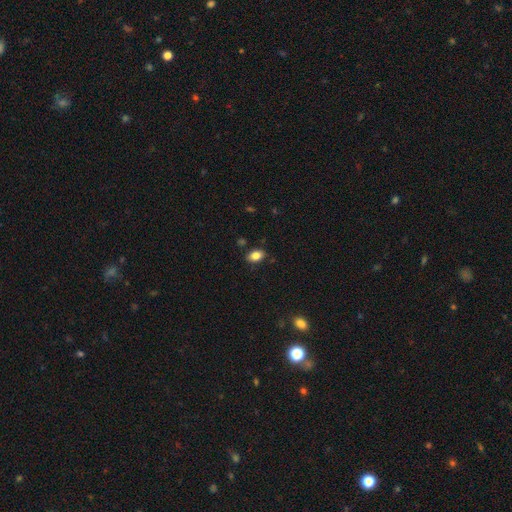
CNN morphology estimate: A smooth galaxy with no disk features (83%) that is in between round and cigar-shaped (85%).

Vote fractions:
- Smooth or featured? smooth: 83% / star or artifact: 9% / featured or disk: 8%
- How rounded? in between: 85% / round: 13% / cigar-shaped: 2%
- Merging? none: 85% / minor disturbance: 11% / major disturbance: 2% / merger: 2%